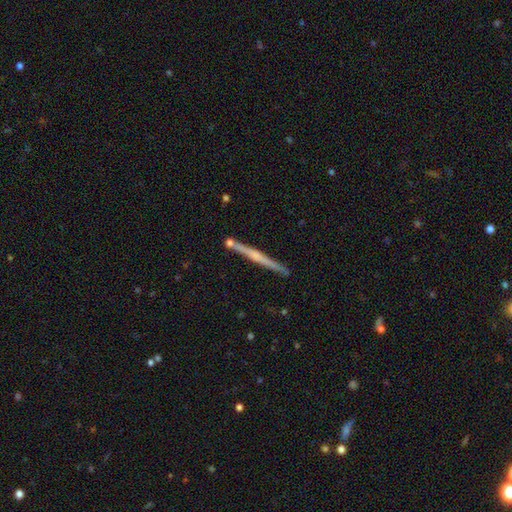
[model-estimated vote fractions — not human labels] The model was most divided on "edge-on bulge" (2-way tie): rounded: 45%, none: 45%, boxy: 11%. More confident: edge-on disk — yes (98%); merging — none (86%); smooth or featured — featured or disk (66%).